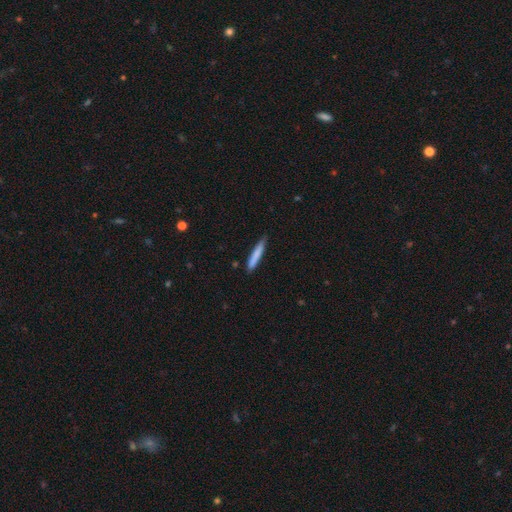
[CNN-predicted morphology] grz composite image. It shows a smooth galaxy with no disk features (79%) that is cigar-shaped (94%). Merging: none (81%).